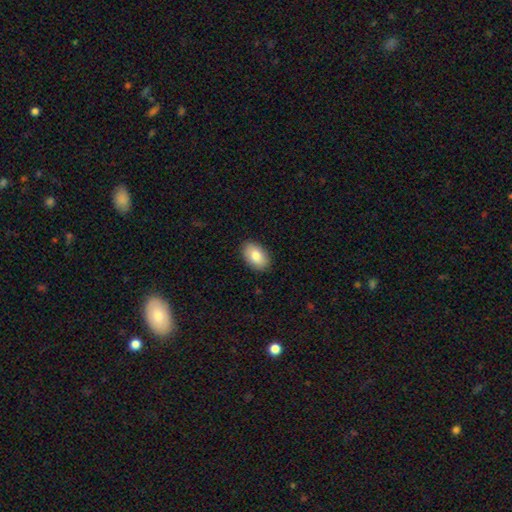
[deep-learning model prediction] Smooth or featured? smooth (82%)
How rounded? in between (90%)
Merging? none (88%)